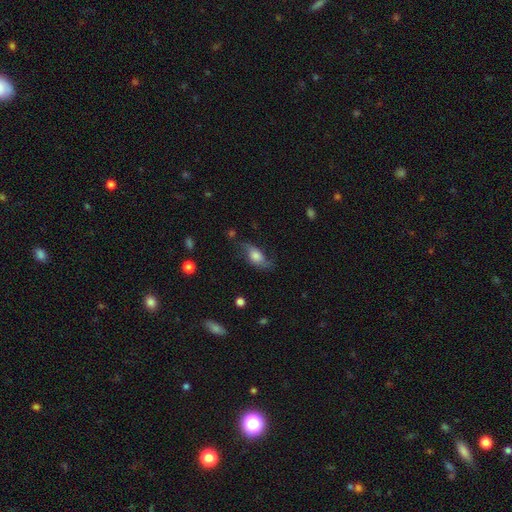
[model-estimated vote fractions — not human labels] smooth_or_featured: featured or disk (p=0.51) [alt: smooth p=0.40]
disk_edge_on: no (p=0.85) [alt: yes p=0.15]
merging: none (p=0.62) [alt: minor disturbance p=0.23]